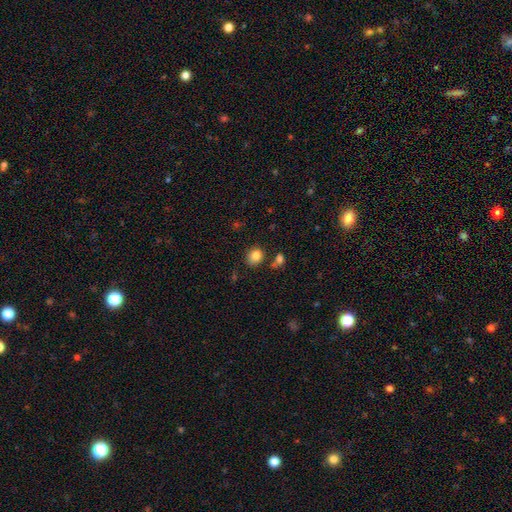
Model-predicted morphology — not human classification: Smooth or featured: smooth — 83% (star or artifact — 10%)
How rounded: round — 65% (in between — 35%)
Merging: none — 77% (minor disturbance — 11%)